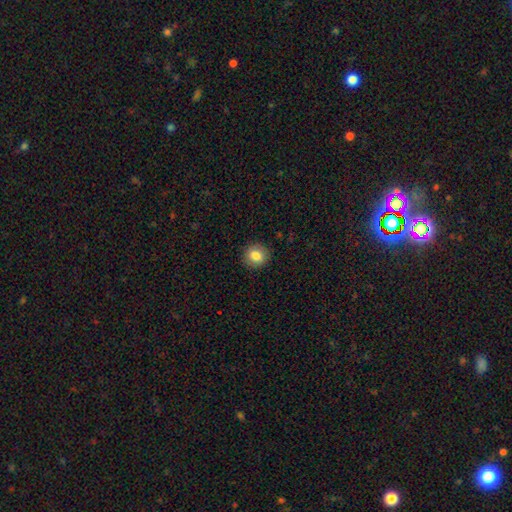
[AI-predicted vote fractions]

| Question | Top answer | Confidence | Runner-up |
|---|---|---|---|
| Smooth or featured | smooth | 83% | star or artifact (9%) |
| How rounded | round | 85% | in between (14%) |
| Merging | none | 90% | minor disturbance (7%) |